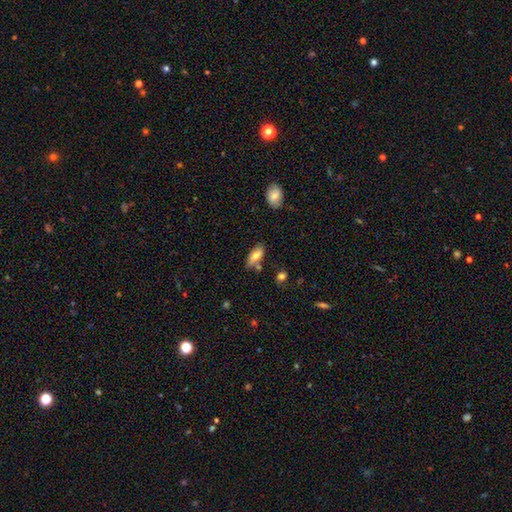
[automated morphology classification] Smooth or featured? Predicted: smooth (p=0.71). How rounded? Predicted: in between (p=0.77). Merging? Predicted: none (p=0.59).